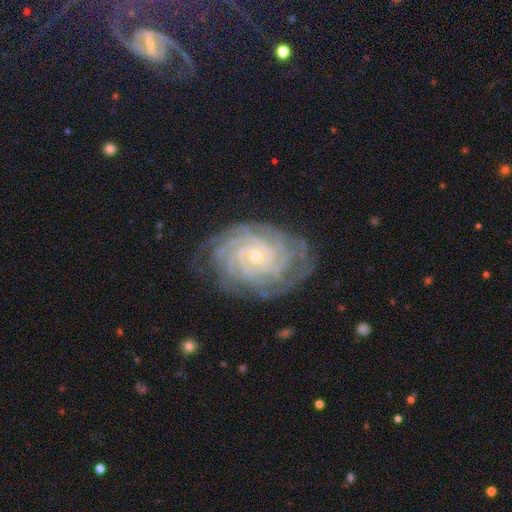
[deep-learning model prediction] Q: Smooth or featured?
A: featured or disk (90%); runner-up: star or artifact (5%)
Q: Edge-on disk?
A: no (97%); runner-up: yes (3%)
Q: Bar?
A: no (76%); runner-up: weak (17%)
Q: Spiral arms?
A: yes (98%); runner-up: no (2%)
Q: Spiral winding?
A: tight (87%); runner-up: medium (11%)
Q: Spiral arm count?
A: more than 4 (29%); runner-up: 4 (25%)
Q: Bulge size?
A: small (79%); runner-up: moderate (18%)
Q: Merging?
A: none (79%); runner-up: minor disturbance (15%)